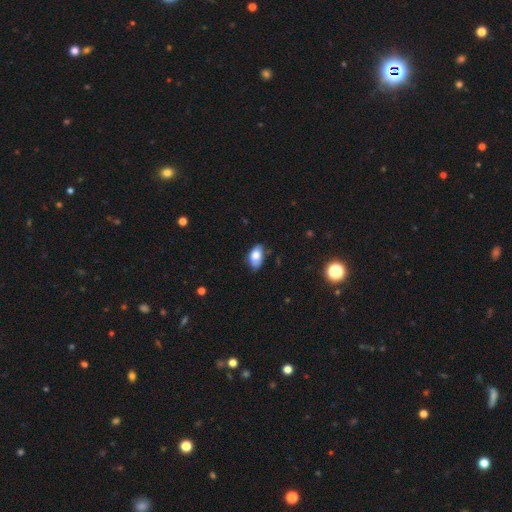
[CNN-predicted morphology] smooth_or_featured: smooth (p=0.76) [alt: featured or disk p=0.15]
how_rounded: in between (p=0.92) [alt: round p=0.06]
merging: none (p=0.57) [alt: minor disturbance p=0.34]